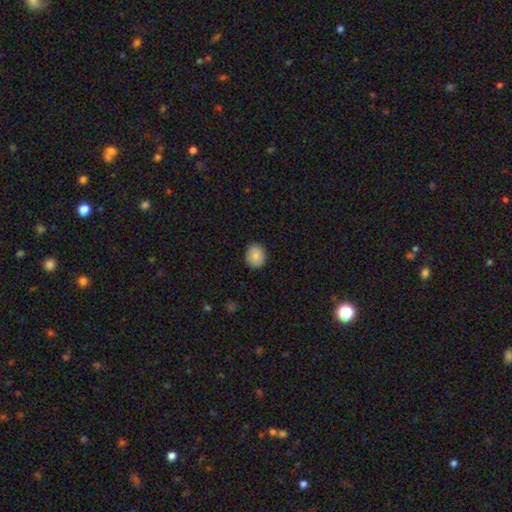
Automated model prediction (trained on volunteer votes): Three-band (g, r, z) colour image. It shows a smooth galaxy with no disk features (87%) that is round (62%). Merging: none (89%).